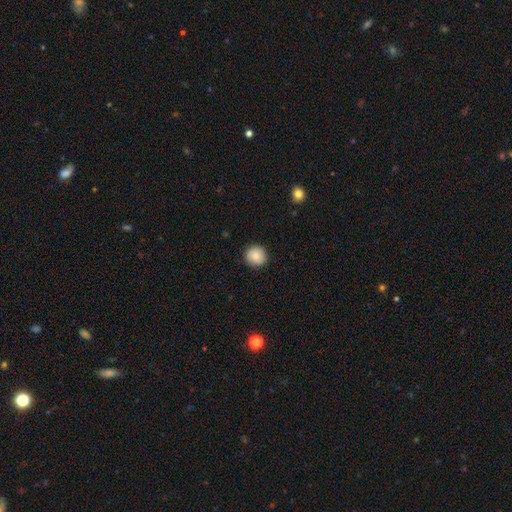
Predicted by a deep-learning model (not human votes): Smooth or featured: smooth — 85% (star or artifact — 8%)
How rounded: round — 94% (in between — 5%)
Merging: none — 90% (minor disturbance — 7%)